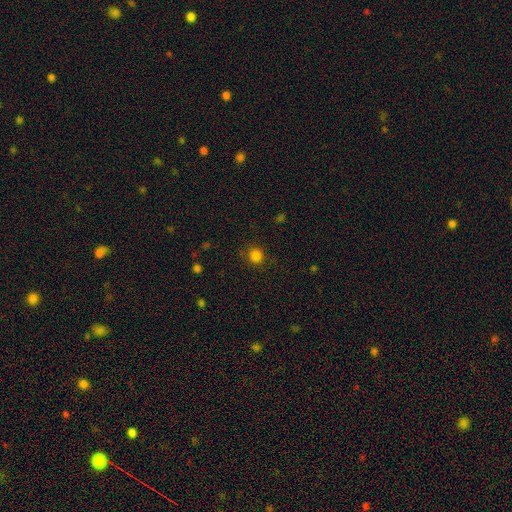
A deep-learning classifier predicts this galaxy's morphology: Q: Smooth or featured?
A: smooth (82%); runner-up: star or artifact (14%)
Q: How rounded?
A: round (90%); runner-up: in between (9%)
Q: Merging?
A: none (86%); runner-up: minor disturbance (9%)